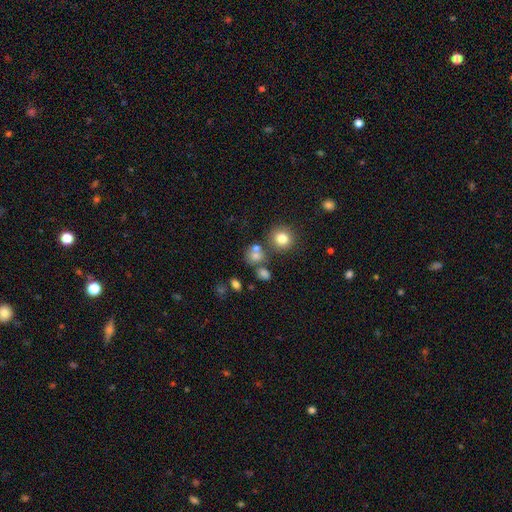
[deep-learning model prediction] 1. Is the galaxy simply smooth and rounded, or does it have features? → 71% smooth, 16% star or artifact, 13% featured or disk.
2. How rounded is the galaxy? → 76% round, 23% in between, 1% cigar-shaped.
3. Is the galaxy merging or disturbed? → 54% none, 29% merger, 11% minor disturbance, 6% major disturbance.